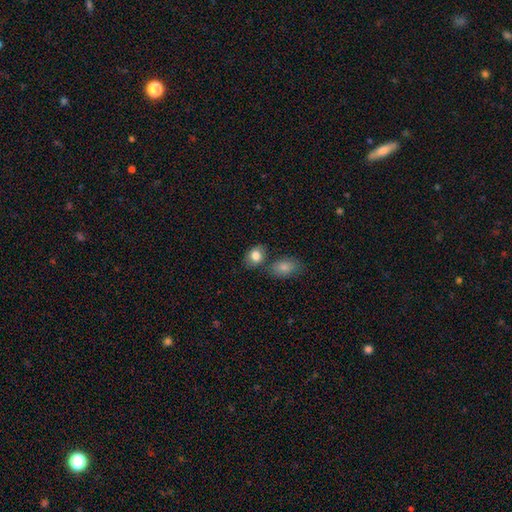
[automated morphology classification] smooth_or_featured: smooth (p=0.84) [alt: featured or disk p=0.09]
how_rounded: in between (p=0.69) [alt: round p=0.30]
merging: none (p=0.63) [alt: merger p=0.18]